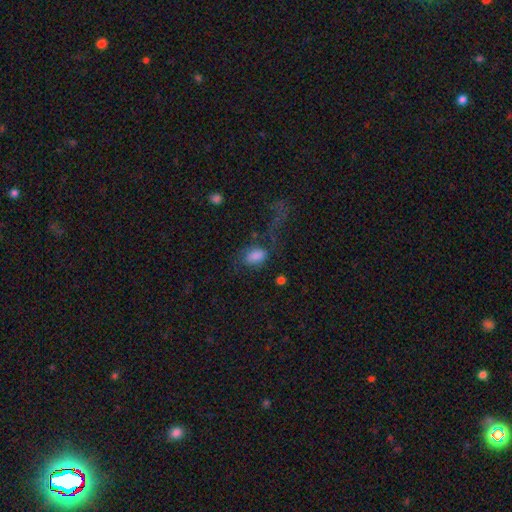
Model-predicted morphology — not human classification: Smooth or featured? Predicted: smooth (p=0.77). How rounded? Predicted: in between (p=0.88). Merging? Predicted: none (p=0.39).